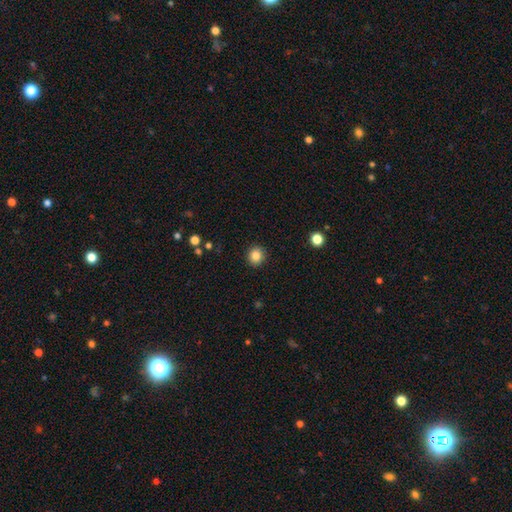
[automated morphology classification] smooth_or_featured: smooth (p=0.84) [alt: star or artifact p=0.10]
how_rounded: round (p=0.89) [alt: in between p=0.10]
merging: none (p=0.92) [alt: minor disturbance p=0.05]